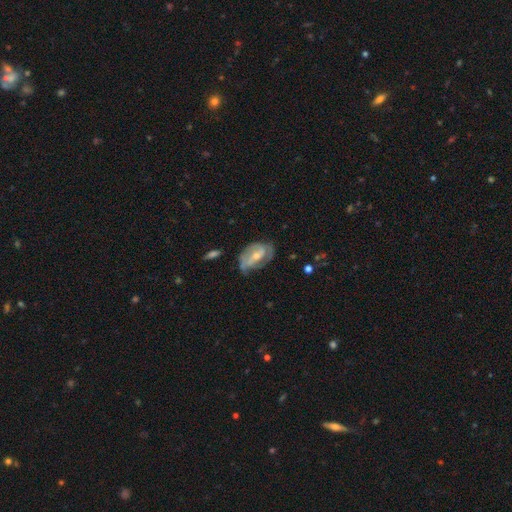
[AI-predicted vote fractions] A featured or disk galaxy (72%) with a weak bar (42%), 2 (55%) medium (40%, tied with tight) spiral arms (78%) and a small central bulge (48%).

Vote fractions:
- Smooth or featured? featured or disk: 72% / smooth: 22% / star or artifact: 6%
- Edge-on disk? no: 95% / yes: 5%
- Bar? weak: 42% / no: 35% / strong: 23%
- Spiral arms? yes: 78% / no: 22%
- Spiral winding? medium: 40% (tied) / tight: 40% (tied) / loose: 20%
- Spiral arm count? 2: 55% / can't tell: 26% / 1: 8% / 3: 7% / 4: 2% / more than 4: 2%
- Bulge size? small: 48% / moderate: 47% / large: 2% / none: 2% / dominant: 1%
- Merging? none: 50% / minor disturbance: 30% / major disturbance: 17% / merger: 3%